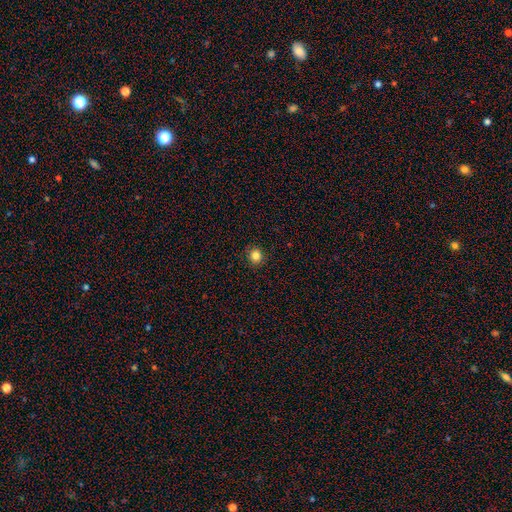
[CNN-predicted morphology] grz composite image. It shows a smooth galaxy with no disk features (83%) that is round (88%). Merging: none (90%).